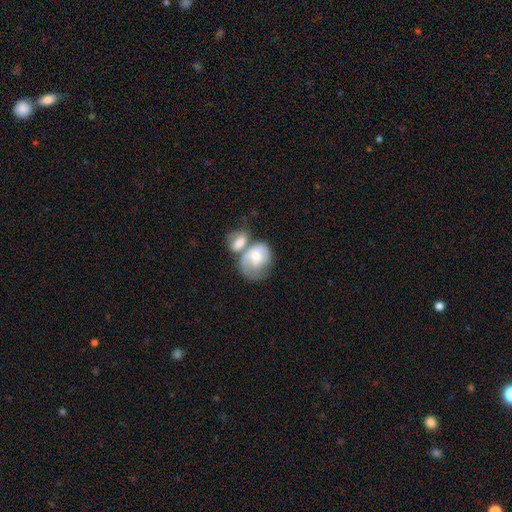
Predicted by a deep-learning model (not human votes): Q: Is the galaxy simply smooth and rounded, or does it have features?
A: smooth — 51%.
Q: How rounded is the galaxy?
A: in between — 59%.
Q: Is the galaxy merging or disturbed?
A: merger — 55%.